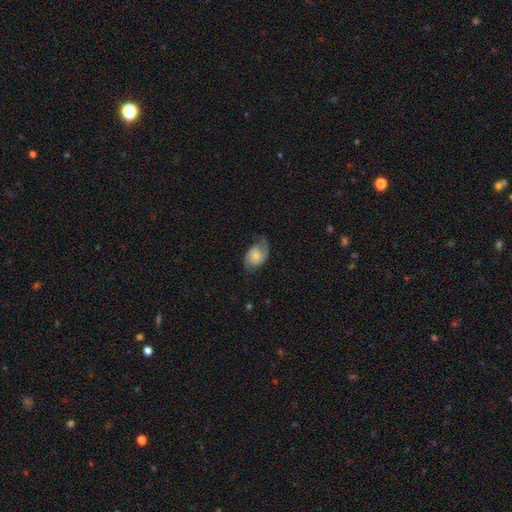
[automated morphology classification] Overall: featured or disk (61%; smooth 32%). Edge-on disk: no (97%). Bar: no (64%; weak 31%). Spiral arms: yes (91%). Spiral arm count: 2 (74%). Spiral winding: medium (44%; loose 32%). Bulge size: small (40%; moderate 38%). Merging: none (57%; minor disturbance 26%).